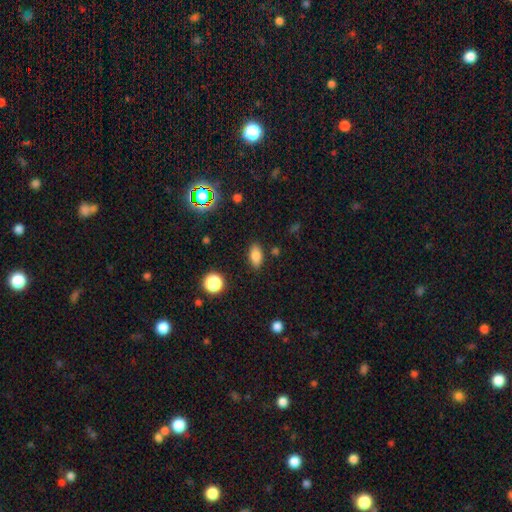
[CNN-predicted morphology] Smooth or featured?
  - smooth: 81% *
  - star or artifact: 12%
  - featured or disk: 8%
How rounded?
  - in between: 86% *
  - round: 8%
  - cigar-shaped: 6%
Merging?
  - none: 86% *
  - minor disturbance: 10%
  - major disturbance: 3%
  - merger: 2%